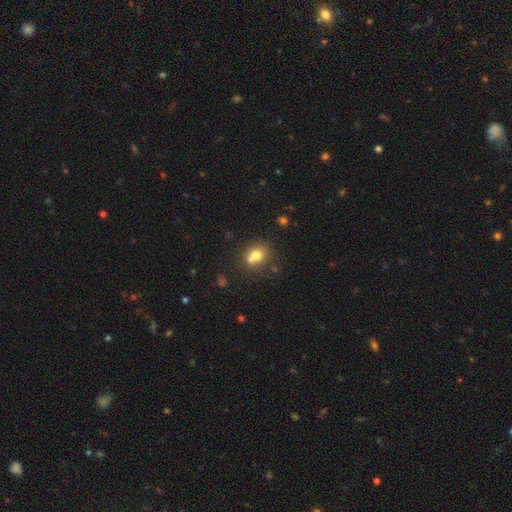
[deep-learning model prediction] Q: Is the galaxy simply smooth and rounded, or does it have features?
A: smooth — 71%.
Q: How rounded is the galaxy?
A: round — 66%.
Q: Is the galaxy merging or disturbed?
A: none — 46%.